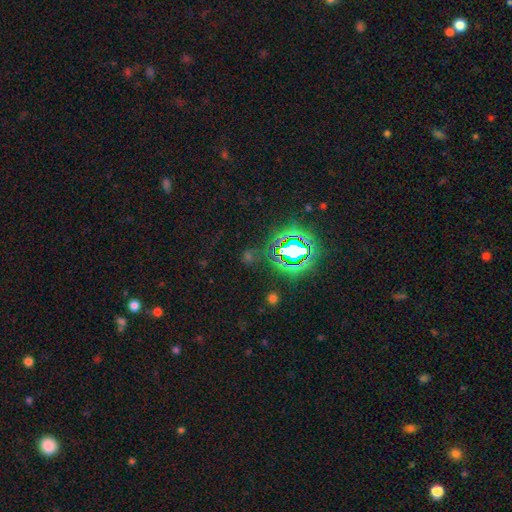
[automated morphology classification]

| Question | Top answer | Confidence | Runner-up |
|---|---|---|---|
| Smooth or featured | star or artifact | 81% | smooth (11%) |